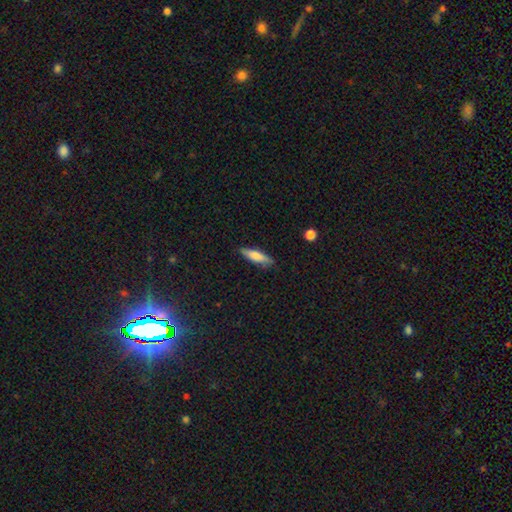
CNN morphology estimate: Smooth or featured?
  - smooth: 70% *
  - featured or disk: 24%
  - star or artifact: 6%
How rounded?
  - cigar-shaped: 70% *
  - in between: 28%
  - round: 2%
Merging?
  - none: 84% *
  - minor disturbance: 12%
  - major disturbance: 2%
  - merger: 1%